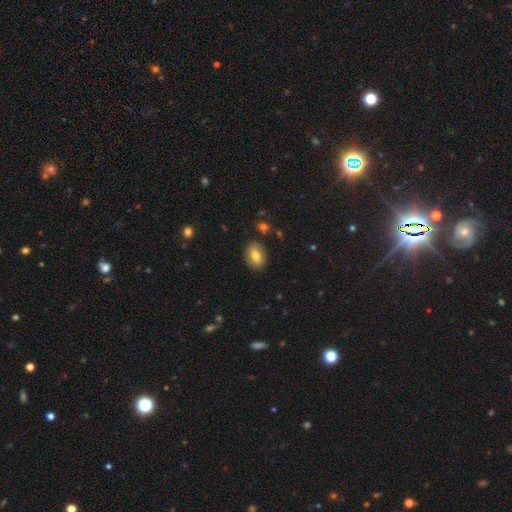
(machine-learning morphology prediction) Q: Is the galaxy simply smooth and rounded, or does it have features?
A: smooth — 64%.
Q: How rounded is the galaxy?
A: in between — 73%.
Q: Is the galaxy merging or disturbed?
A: none — 84%.